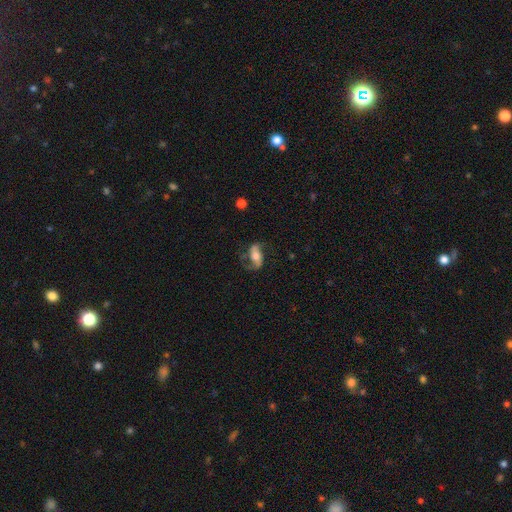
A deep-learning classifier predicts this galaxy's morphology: Overall: featured or disk (70%). Edge-on disk: no (92%). Bar: no (35%; strong 34%). Spiral arms: yes (89%). Spiral arm count: 2 (84%). Spiral winding: loose (52%; medium 37%). Bulge size: moderate (58%; small 20%). Merging: none (61%).